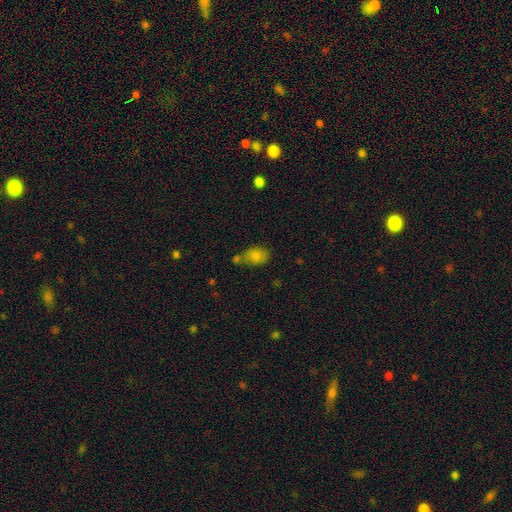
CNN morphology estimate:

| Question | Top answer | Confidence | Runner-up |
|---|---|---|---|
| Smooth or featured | smooth | 80% | star or artifact (10%) |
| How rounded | in between | 77% | round (22%) |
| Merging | none | 43% | merger (30%) |